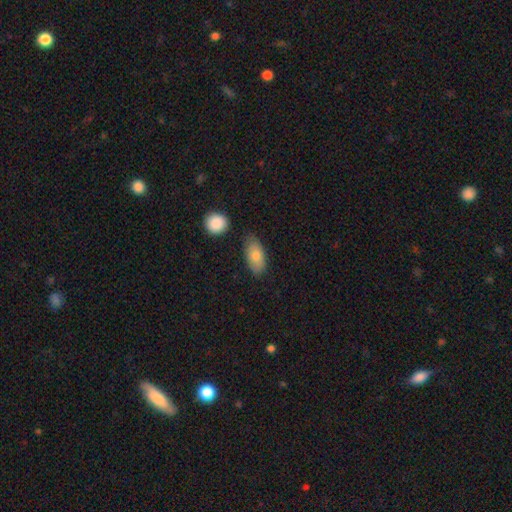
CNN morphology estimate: smooth_or_featured: smooth (p=0.78) [alt: featured or disk p=0.15]
how_rounded: in between (p=0.90) [alt: round p=0.05]
merging: none (p=0.72) [alt: minor disturbance p=0.20]